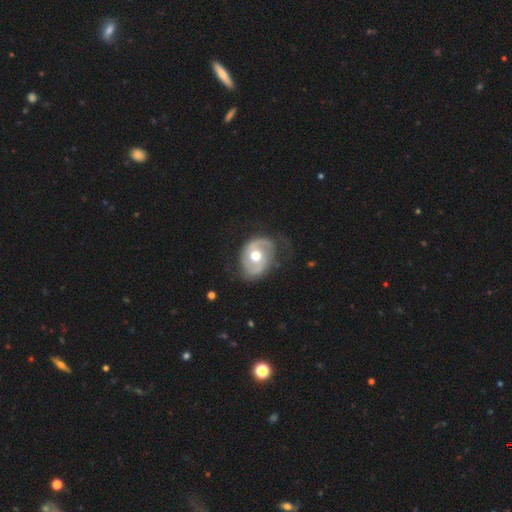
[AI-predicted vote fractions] A featured or disk galaxy (72%) with no bar (71%), spiral arms (71%) and a moderate central bulge (73%). Merging: none (65%).